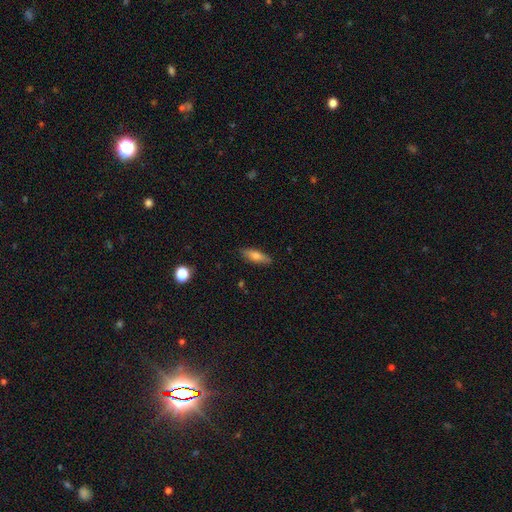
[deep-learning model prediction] This is likely a smooth galaxy (72%). How rounded: possibly in between (51%). Merging: clearly none (85%).